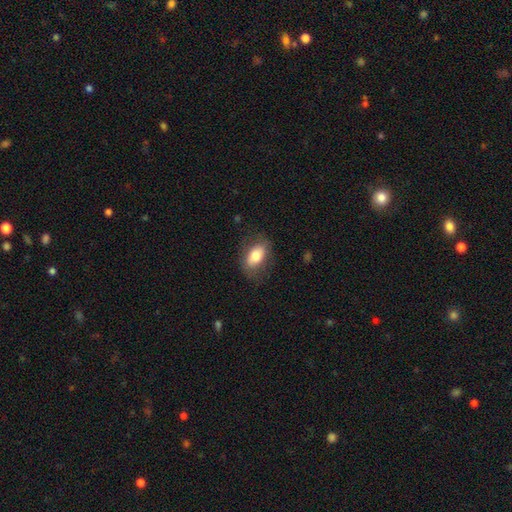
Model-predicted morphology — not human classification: smooth 74%, featured or disk 20%, star or artifact 7%. Down the decision tree: how rounded — in between (88%); merging — none (75%).